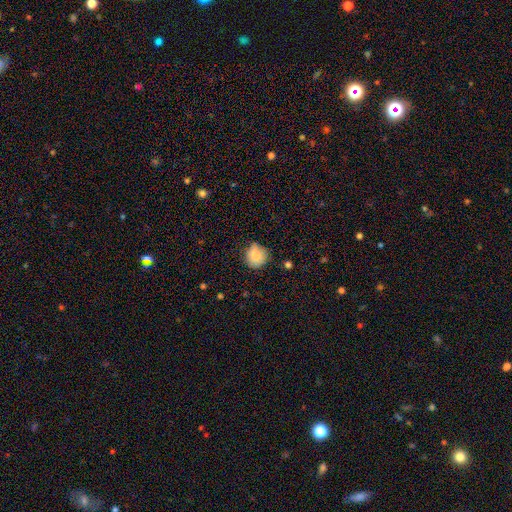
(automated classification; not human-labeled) Overall: smooth (81%). How rounded: round (81%). Merging: none (65%; minor disturbance 26%).